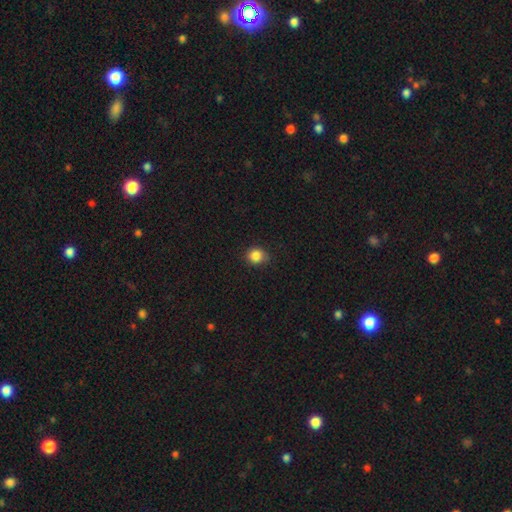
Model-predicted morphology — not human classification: This appears to be a smooth galaxy with no disk features (85%) that is round (82%). Merging: none (81%).